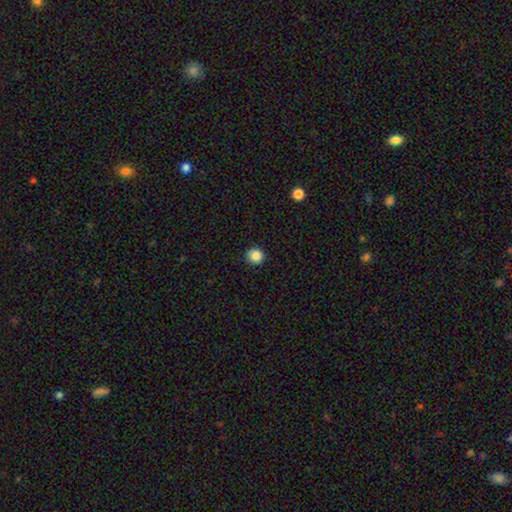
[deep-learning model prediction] Smooth or featured? smooth (86%)
How rounded? round (93%)
Merging? none (92%)